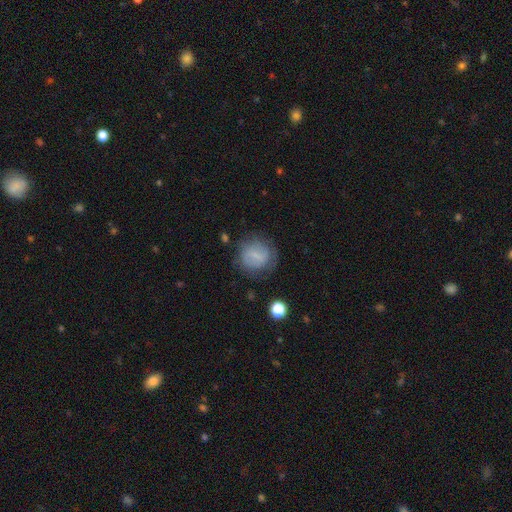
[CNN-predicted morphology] Smooth or featured? smooth (61%)
How rounded? round (82%)
Merging? none (69%)